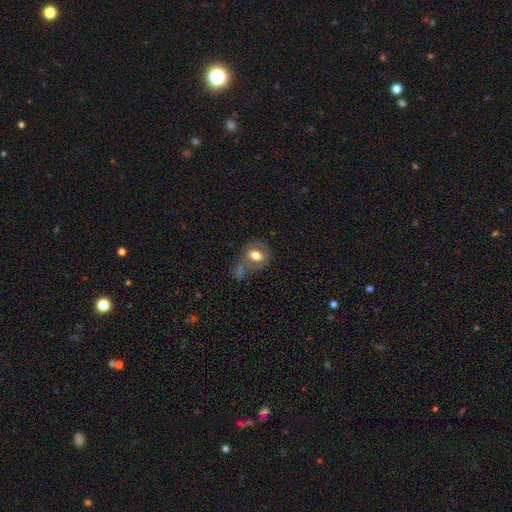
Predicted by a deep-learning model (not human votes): smooth-or-featured: smooth: 66% | featured or disk: 26% | star or artifact: 8%
  how-rounded: round: 53% | in between: 46% | cigar-shaped: 1%
  merging: none: 44% | merger: 24% | minor disturbance: 20% | major disturbance: 11%